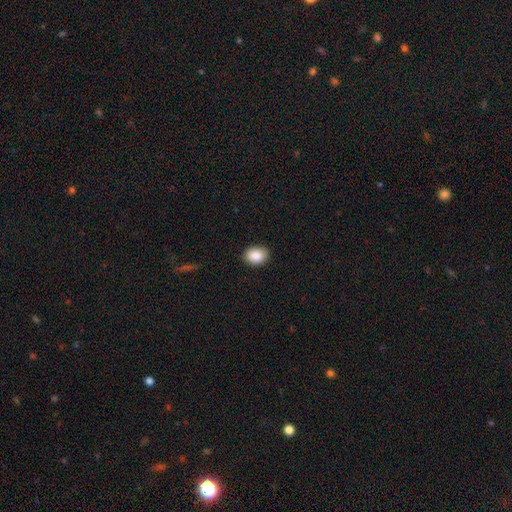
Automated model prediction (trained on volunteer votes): Q: Smooth or featured?
A: smooth (87%); runner-up: star or artifact (8%)
Q: How rounded?
A: in between (60%); runner-up: round (39%)
Q: Merging?
A: none (87%); runner-up: minor disturbance (10%)